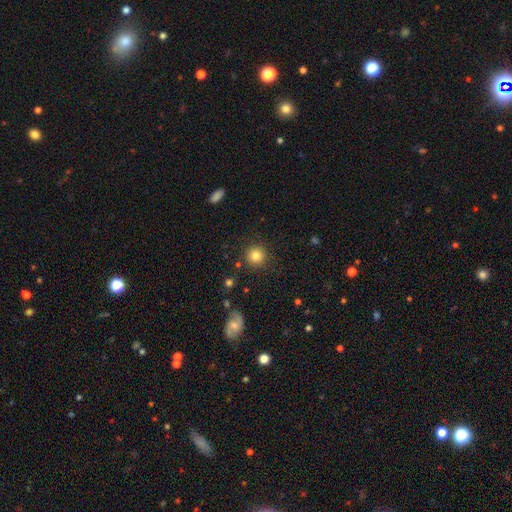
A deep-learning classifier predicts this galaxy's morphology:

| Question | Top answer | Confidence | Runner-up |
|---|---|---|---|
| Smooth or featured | smooth | 82% | star or artifact (11%) |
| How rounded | round | 93% | in between (6%) |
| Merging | none | 88% | minor disturbance (7%) |